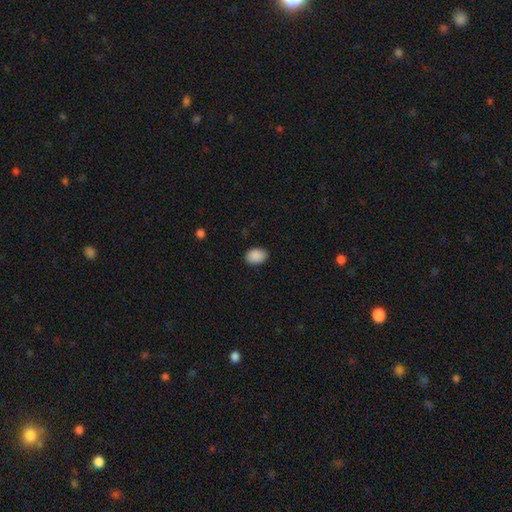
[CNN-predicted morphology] Overall: smooth (90%). How rounded: in between (78%). Merging: none (88%).